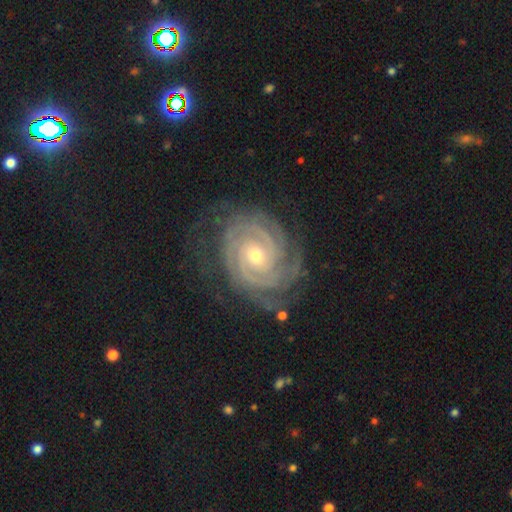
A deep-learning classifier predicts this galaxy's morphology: This appears to be a featured or disk galaxy (92%) with no bar (57%), 2 (28%) tight (85%) spiral arms (99%) and a small central bulge (50%). Merging: none (76%).